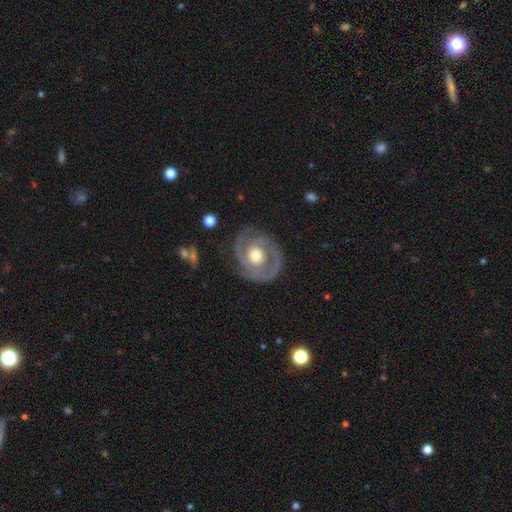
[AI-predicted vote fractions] A featured or disk galaxy (90%) with no bar (75%), 2 (76%) tight (61%) spiral arms (96%) and a moderate central bulge (71%). Merging: none (78%).